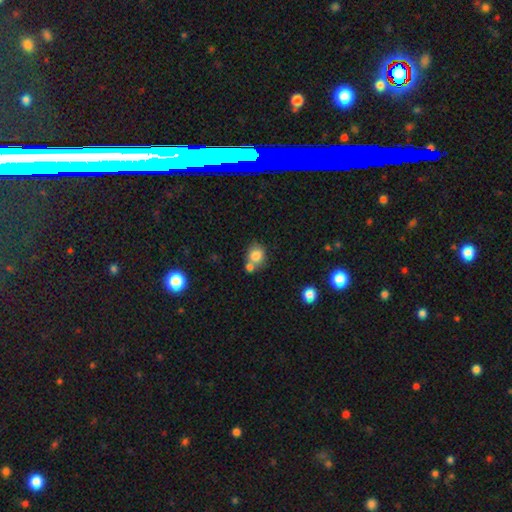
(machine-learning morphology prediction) smooth-or-featured: smooth: 82% | star or artifact: 10% | featured or disk: 8%
  how-rounded: round: 74% | in between: 25% | cigar-shaped: 1%
  merging: none: 47% | merger: 36% | minor disturbance: 12% | major disturbance: 4%